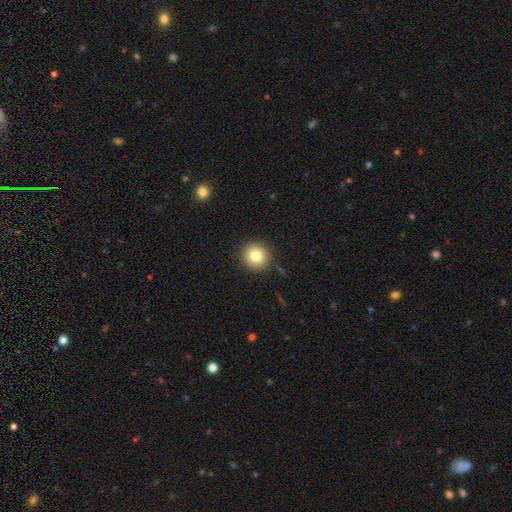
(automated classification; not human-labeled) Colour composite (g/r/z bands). It shows a smooth galaxy with no disk features (81%) that is round (93%). Merging: none (90%).